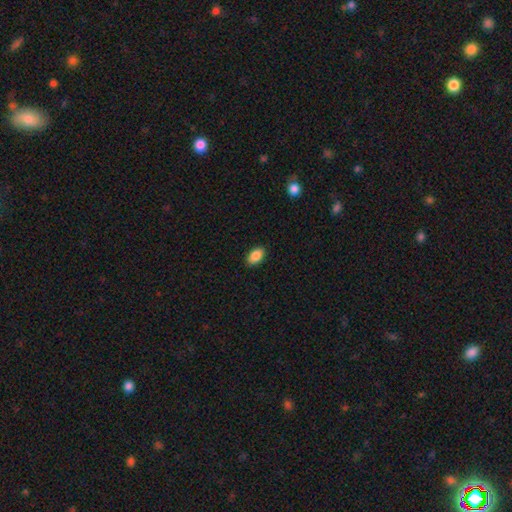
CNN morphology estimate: This appears to be a smooth galaxy with no disk features (89%) that is in between round and cigar-shaped (91%). Merging: none (89%).